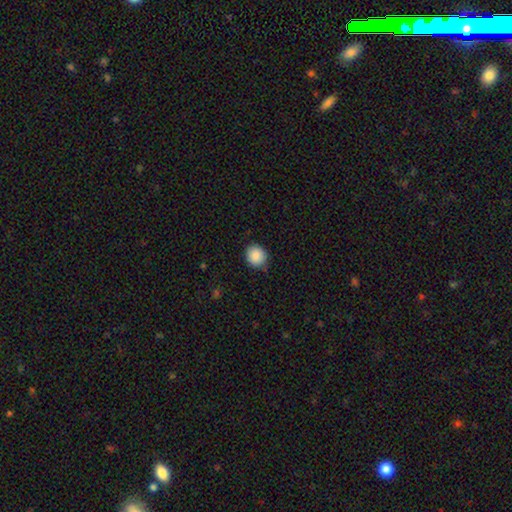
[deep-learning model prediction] Smooth or featured? Predicted: smooth (p=0.88). How rounded? Predicted: round (p=0.85). Merging? Predicted: none (p=0.83).